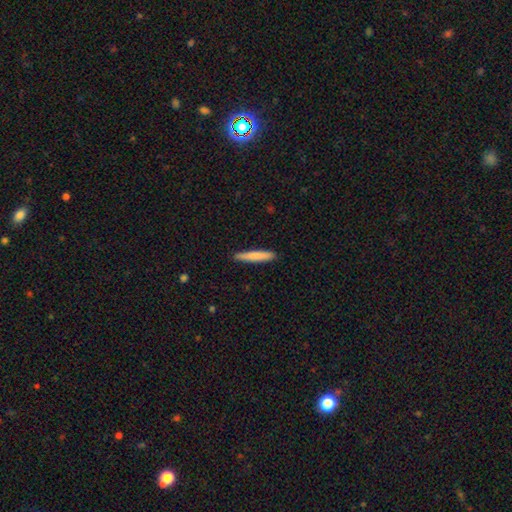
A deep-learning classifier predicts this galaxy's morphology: This appears to be a smooth galaxy with no disk features (80%) that is cigar-shaped (93%). Merging: none (90%).